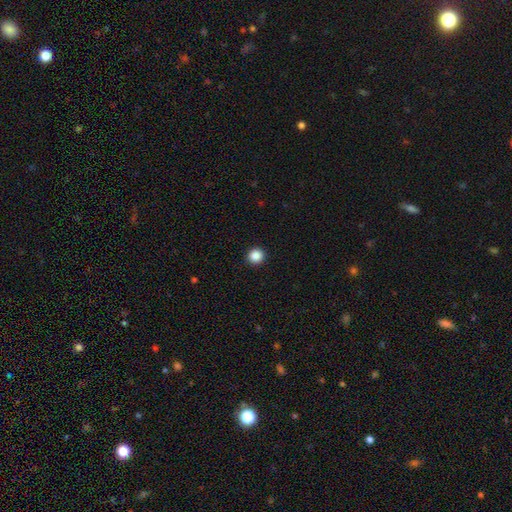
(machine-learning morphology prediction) Smooth or featured: smooth — 88% (star or artifact — 10%)
How rounded: round — 94% (in between — 5%)
Merging: none — 93% (minor disturbance — 4%)